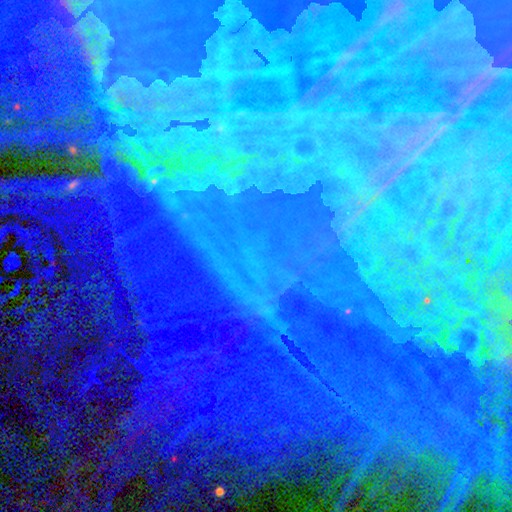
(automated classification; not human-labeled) The model was most divided on "smooth or featured": star or artifact: 84%, featured or disk: 9%, smooth: 7%.